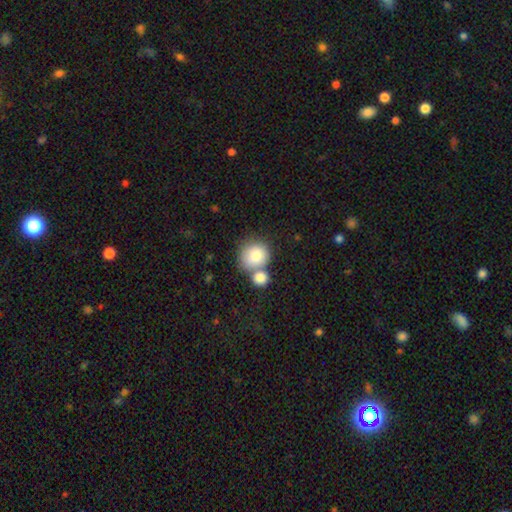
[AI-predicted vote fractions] smooth 81%, featured or disk 11%, star or artifact 8%. Down the decision tree: how rounded — round (83%); merging — none (45%).